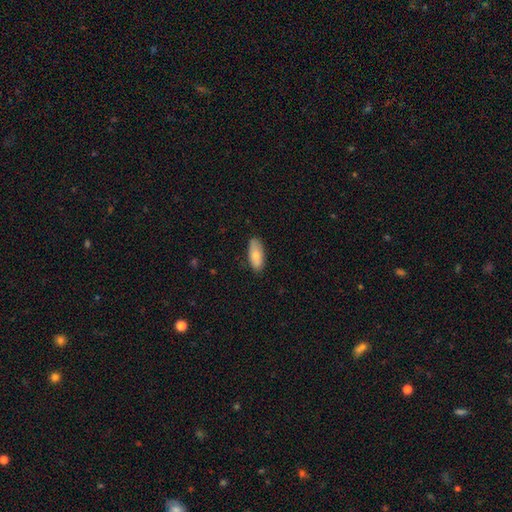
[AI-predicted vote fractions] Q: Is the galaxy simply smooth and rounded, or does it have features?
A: smooth — 78%.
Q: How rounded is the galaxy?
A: in between — 87%.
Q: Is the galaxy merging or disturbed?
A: none — 84%.